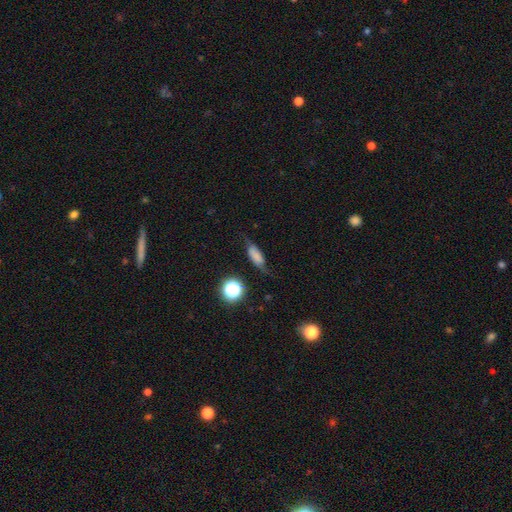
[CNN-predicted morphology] smooth_or_featured: smooth (p=0.58) [alt: featured or disk p=0.28]
how_rounded: in between (p=0.63) [alt: cigar-shaped p=0.26]
merging: none (p=0.58) [alt: minor disturbance p=0.27]